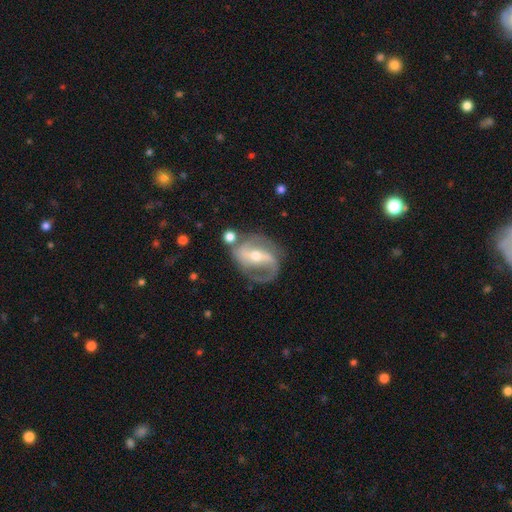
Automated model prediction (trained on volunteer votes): Overall: featured or disk (86%). Edge-on disk: no (96%). Bar: strong (52%; weak 32%). Spiral arms: yes (93%). Spiral arm count: 2 (79%). Spiral winding: medium (47%; loose 33%). Bulge size: moderate (53%; small 43%). Merging: none (64%).